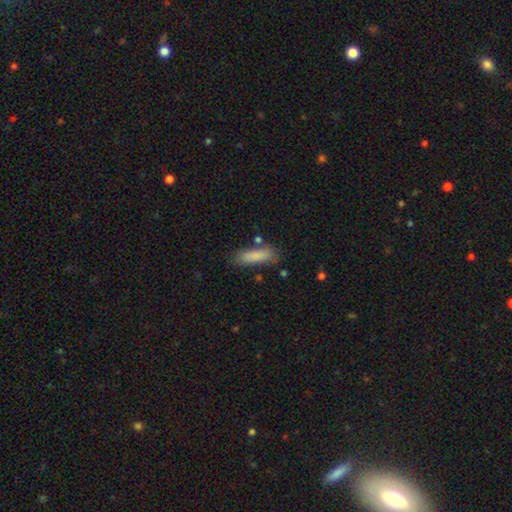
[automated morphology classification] type=smooth (85%); roundness=cigar-shaped (56%); merging=none (74%).